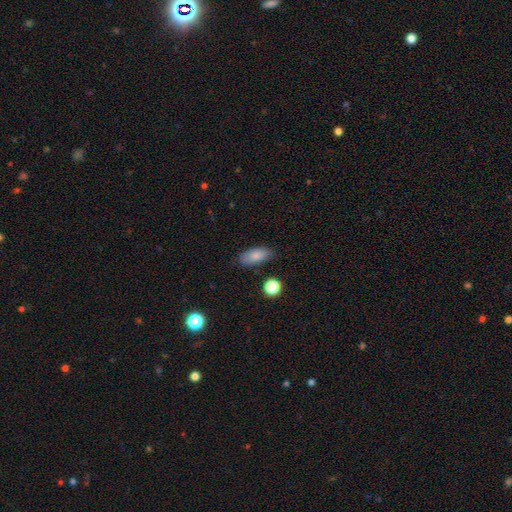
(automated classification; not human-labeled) This appears to be a smooth galaxy with no disk features (84%) that is in between round and cigar-shaped (87%). Merging: none (81%).